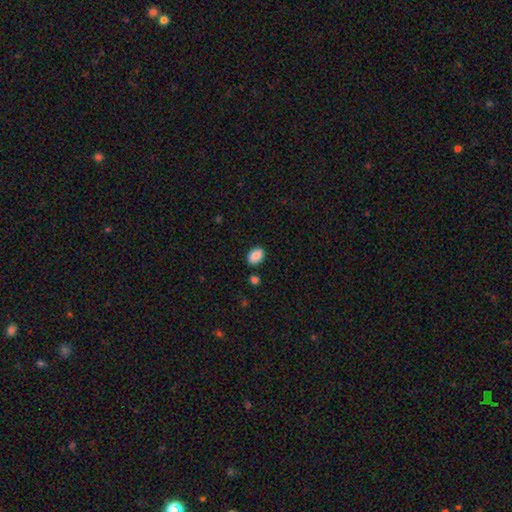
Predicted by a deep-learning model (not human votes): Morphology: type=smooth (88%); roundness=in between (87%); merging=none (83%).